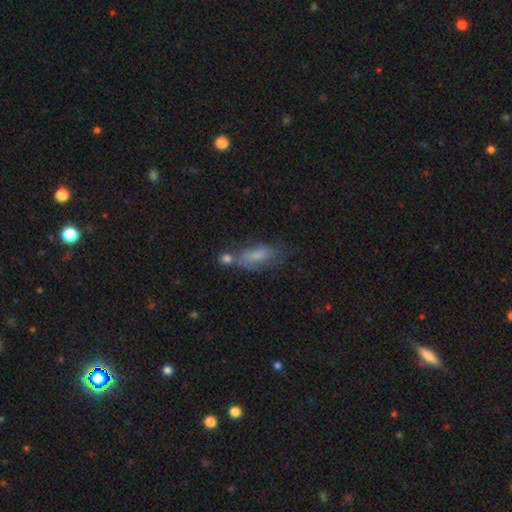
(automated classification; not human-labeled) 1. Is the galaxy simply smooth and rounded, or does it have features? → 53% smooth, 35% featured or disk, 11% star or artifact.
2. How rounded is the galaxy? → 81% in between, 14% cigar-shaped, 5% round.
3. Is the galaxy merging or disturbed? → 43% none, 24% minor disturbance, 19% merger, 14% major disturbance.